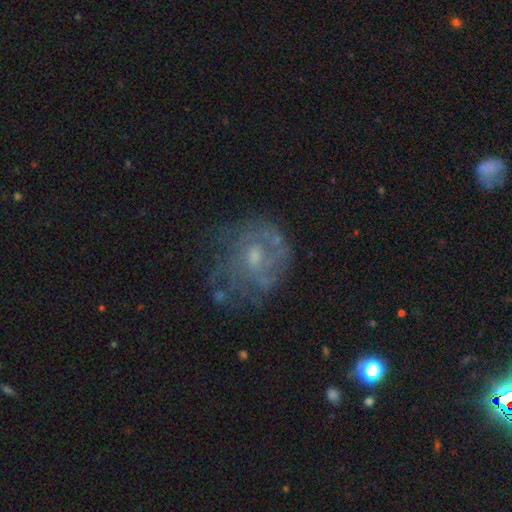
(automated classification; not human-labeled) smooth_or_featured: featured or disk (p=0.69) [alt: smooth p=0.19]
disk_edge_on: no (p=0.97) [alt: yes p=0.03]
bar: no (p=0.70) [alt: weak p=0.26]
has_spiral_arms: yes (p=0.67) [alt: no p=0.33]
bulge_size: small (p=0.45) [alt: moderate p=0.44]
merging: none (p=0.60) [alt: minor disturbance p=0.21]